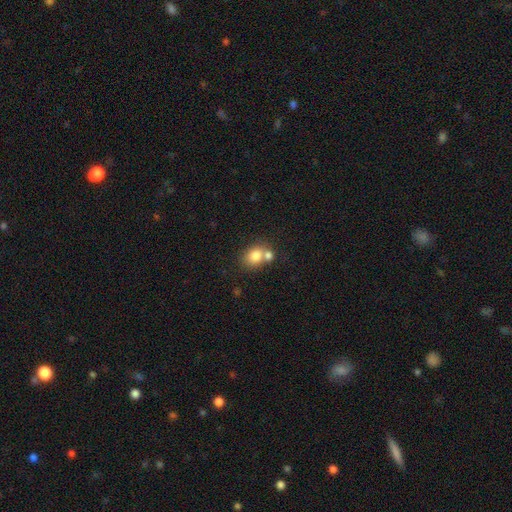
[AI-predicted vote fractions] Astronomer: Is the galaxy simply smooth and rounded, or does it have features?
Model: smooth — 80%.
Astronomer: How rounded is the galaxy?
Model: round — 58% (runner-up: in between, 41%).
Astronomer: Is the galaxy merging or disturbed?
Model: none — 45% (runner-up: merger, 42%).